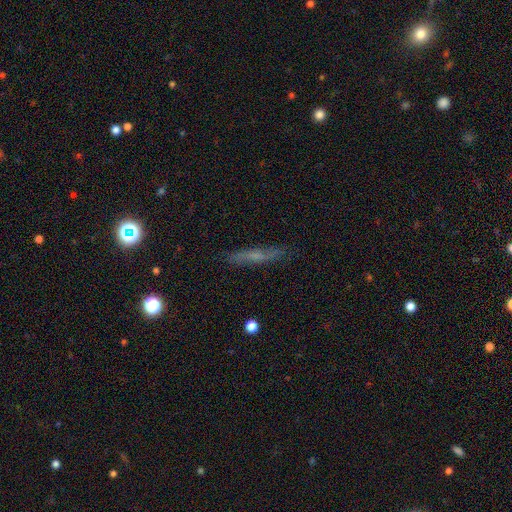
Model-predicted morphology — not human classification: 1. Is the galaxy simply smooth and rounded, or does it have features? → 46% featured or disk, 41% smooth, 13% star or artifact.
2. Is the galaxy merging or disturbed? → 83% none, 12% minor disturbance, 3% major disturbance, 2% merger.